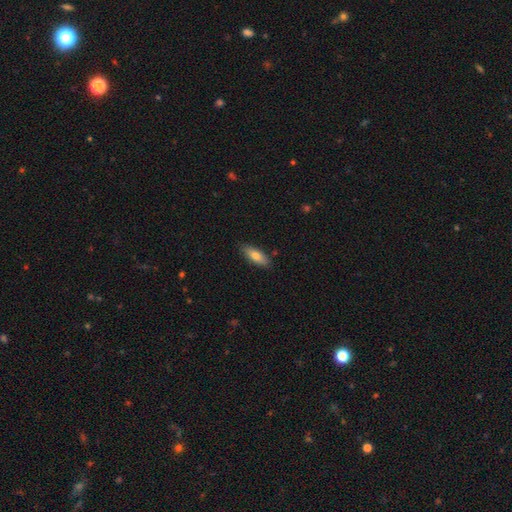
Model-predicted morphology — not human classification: smooth 74%, featured or disk 20%, star or artifact 6%. Down the decision tree: how rounded — in between (67%); merging — none (86%).